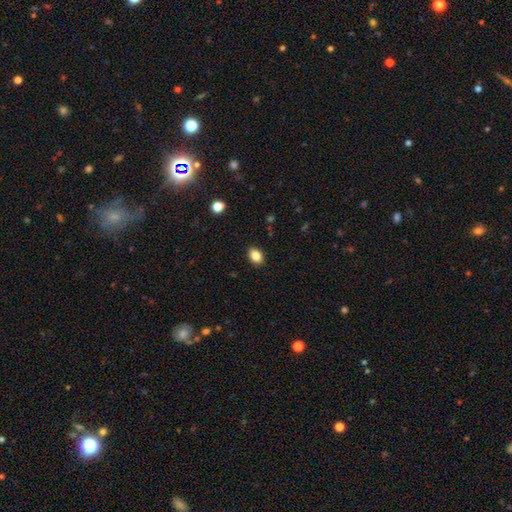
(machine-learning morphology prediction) type=smooth (85%); roundness=in between (76%); merging=none (89%).